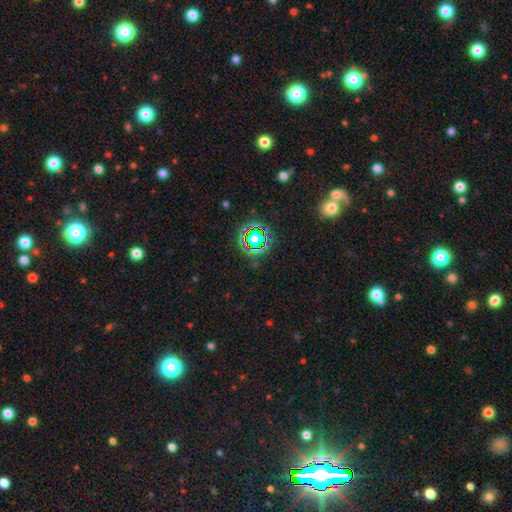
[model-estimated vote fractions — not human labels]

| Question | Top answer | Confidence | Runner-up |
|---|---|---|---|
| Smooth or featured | star or artifact | 70% | smooth (20%) |